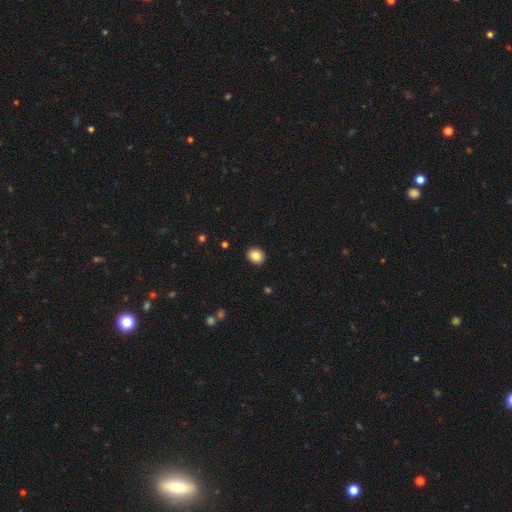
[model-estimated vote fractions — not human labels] smooth_or_featured: smooth (p=0.85) [alt: star or artifact p=0.09]
how_rounded: round (p=0.69) [alt: in between p=0.30]
merging: none (p=0.92) [alt: minor disturbance p=0.05]